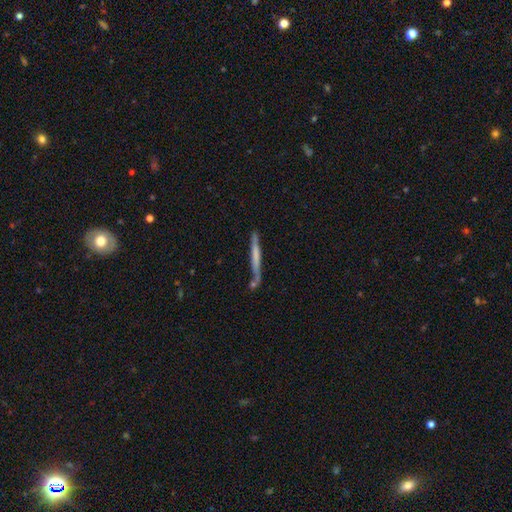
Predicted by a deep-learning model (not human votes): smooth 49%, featured or disk 44%, star or artifact 6%. Down the decision tree: merging — none (70%).